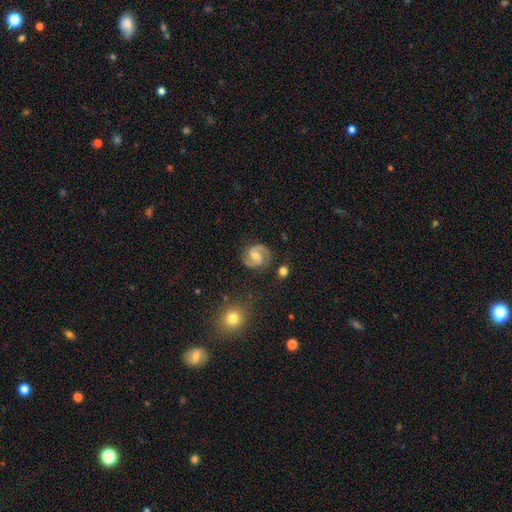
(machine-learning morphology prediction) featured or disk 87%, smooth 8%, star or artifact 5%. Down the decision tree: edge-on disk — no (98%); bar — weak (50%); spiral arms — yes (98%); spiral arm count — 2 (93%); spiral winding — medium (58%); bulge size — small (45%); merging — none (83%).